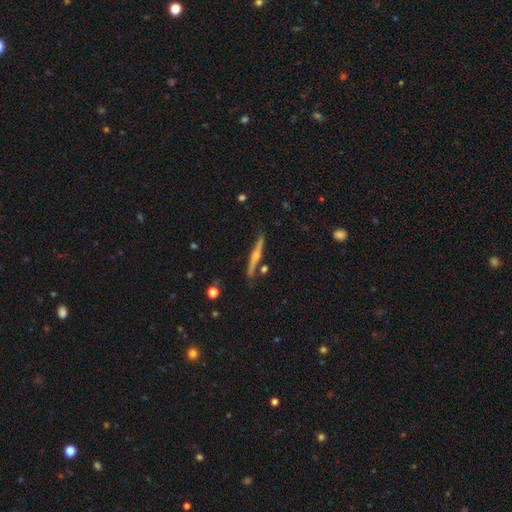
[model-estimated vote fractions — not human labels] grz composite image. It shows a featured or disk galaxy (71%) viewed edge-on (97%) with a rounded central bulge (84%). Merging: none (82%).